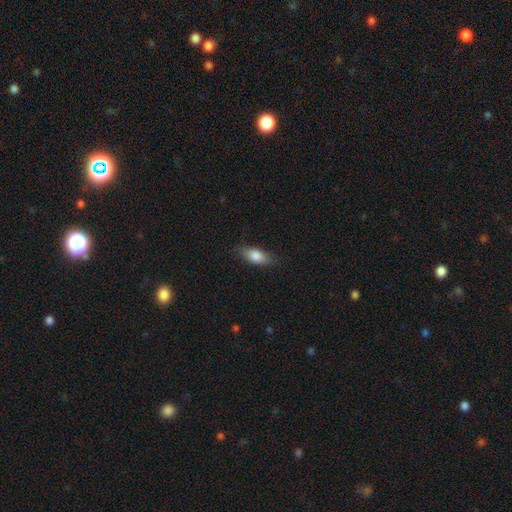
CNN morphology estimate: A smooth galaxy with no disk features (80%) that is in between round and cigar-shaped (80%). Merging: none (82%).